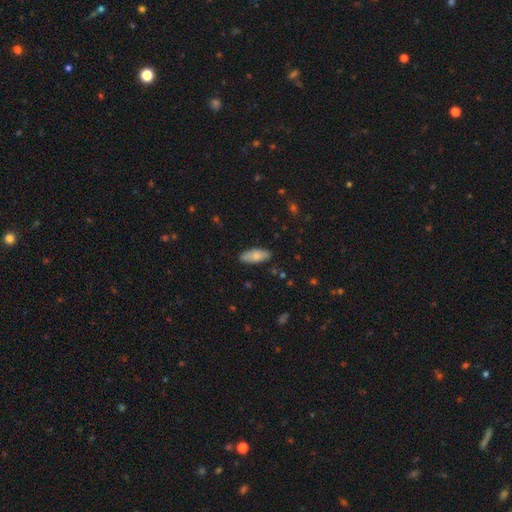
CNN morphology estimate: This appears to be a smooth galaxy with no disk features (78%) that is in between round and cigar-shaped (78%). Merging: none (85%).